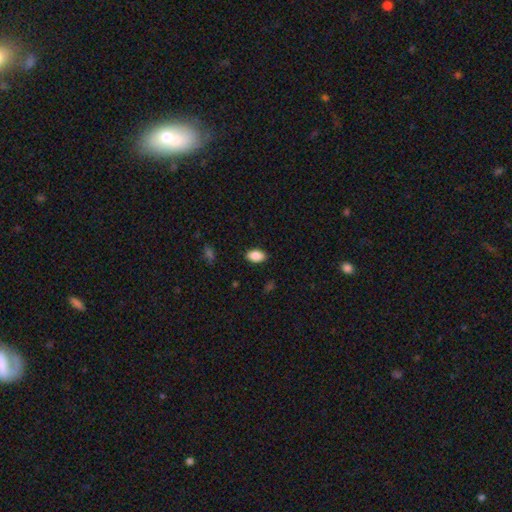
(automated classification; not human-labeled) smooth_or_featured: smooth (p=0.88) [alt: star or artifact p=0.07]
how_rounded: in between (p=0.92) [alt: round p=0.06]
merging: none (p=0.88) [alt: minor disturbance p=0.09]